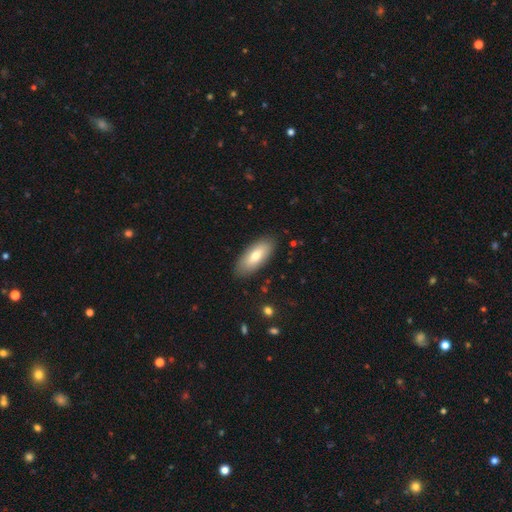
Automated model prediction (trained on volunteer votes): Overall: smooth (71%). How rounded: in between (84%). Merging: none (86%).